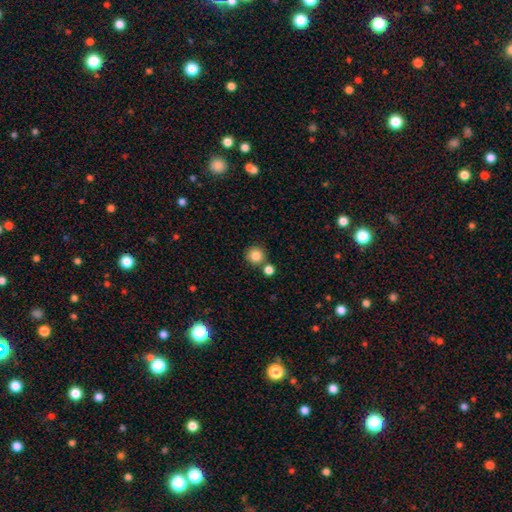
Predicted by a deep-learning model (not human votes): A smooth galaxy with no disk features (85%) that is round (94%).

Vote fractions:
- Smooth or featured? smooth: 85% / star or artifact: 10% / featured or disk: 5%
- How rounded? round: 94% / in between: 5% / cigar-shaped: 1%
- Merging? none: 76% / merger: 15% / minor disturbance: 7% / major disturbance: 2%